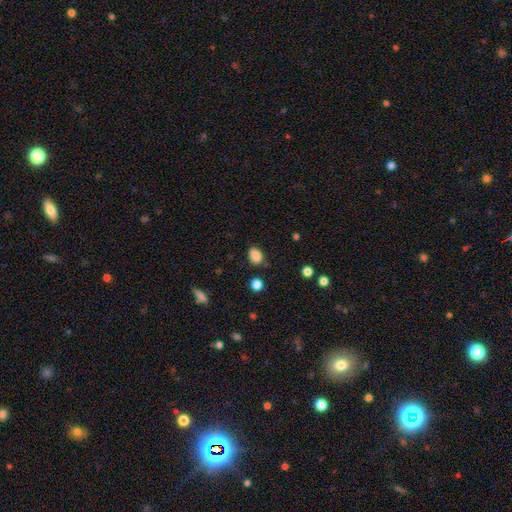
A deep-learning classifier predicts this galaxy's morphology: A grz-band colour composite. It shows a smooth galaxy with no disk features (86%) that is in between round and cigar-shaped (74%). Merging: none (80%).